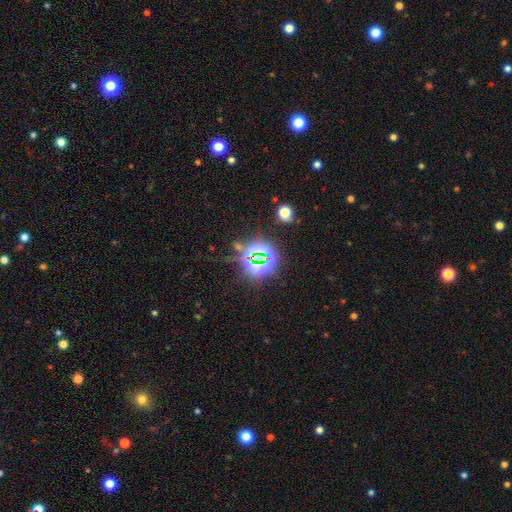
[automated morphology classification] Smooth or featured? star or artifact (80%)